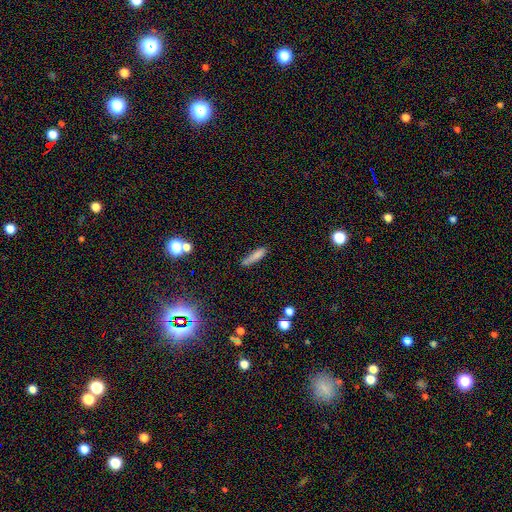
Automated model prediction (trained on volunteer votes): A smooth galaxy with no disk features (78%) that is cigar-shaped (76%).

Vote fractions:
- Smooth or featured? smooth: 78% / featured or disk: 12% / star or artifact: 10%
- How rounded? cigar-shaped: 76% / in between: 22% / round: 2%
- Merging? none: 64% / minor disturbance: 23% / major disturbance: 7% / merger: 7%